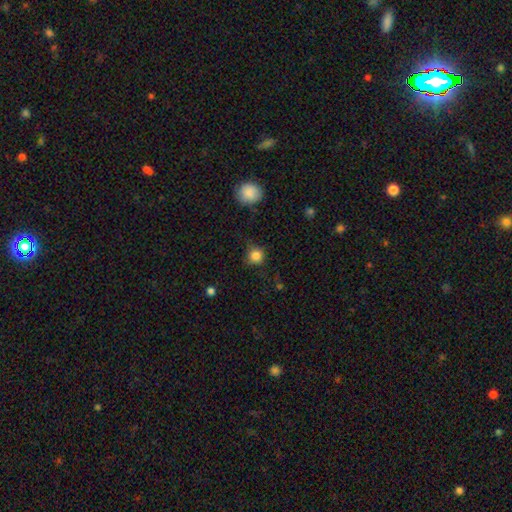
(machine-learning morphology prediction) Q: Smooth or featured?
A: smooth (84%); runner-up: star or artifact (11%)
Q: How rounded?
A: round (90%); runner-up: in between (8%)
Q: Merging?
A: none (77%); runner-up: minor disturbance (17%)